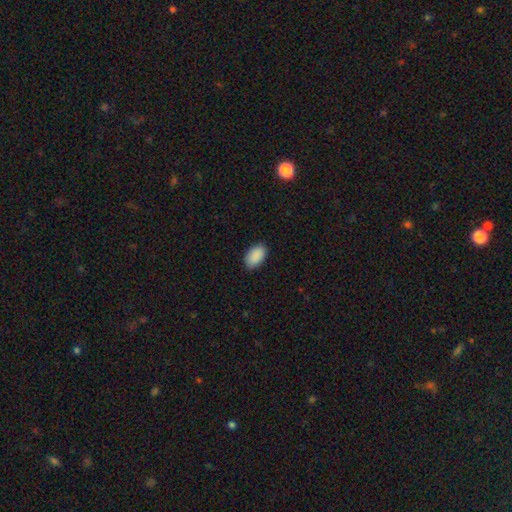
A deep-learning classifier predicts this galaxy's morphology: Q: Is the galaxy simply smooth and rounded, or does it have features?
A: smooth — 91%.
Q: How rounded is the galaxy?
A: in between — 94%.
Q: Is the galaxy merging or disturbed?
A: none — 87%.